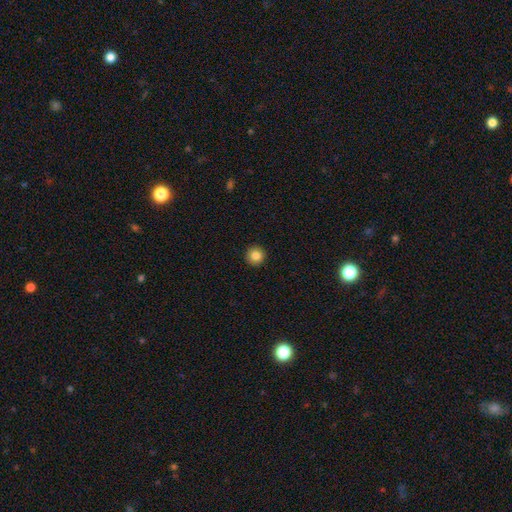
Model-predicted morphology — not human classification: The model was most divided on "smooth or featured": smooth: 85%, star or artifact: 10%, featured or disk: 6%. More confident: how rounded — round (96%); merging — none (94%).